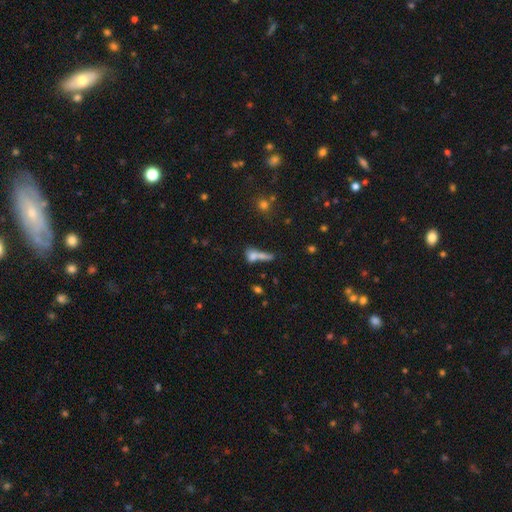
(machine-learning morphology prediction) Smooth or featured?
  - smooth: 68% *
  - featured or disk: 18%
  - star or artifact: 14%
How rounded?
  - in between: 45% *
  - cigar-shaped: 30%
  - round: 24%
Merging?
  - merger: 51% *
  - none: 30%
  - minor disturbance: 10%
  - major disturbance: 9%